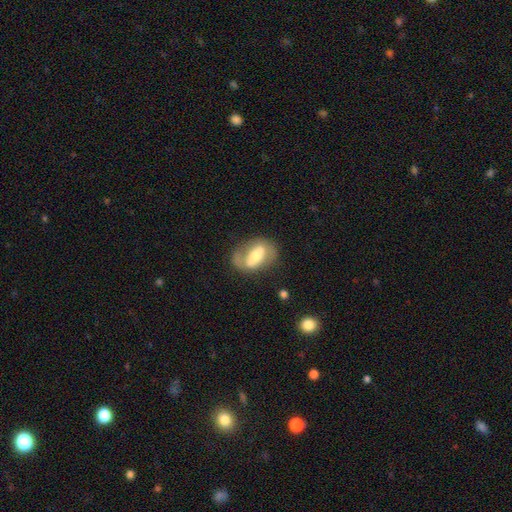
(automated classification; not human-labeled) The model was most divided on "smooth or featured": featured or disk: 53%, smooth: 41%, star or artifact: 6%. More confident: edge-on disk — no (89%); merging — none (54%).